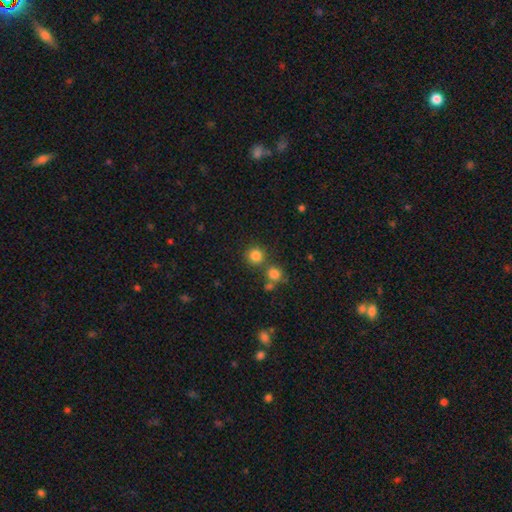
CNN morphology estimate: A smooth galaxy with no disk features (82%) that is round (92%). Merging: none (74%).